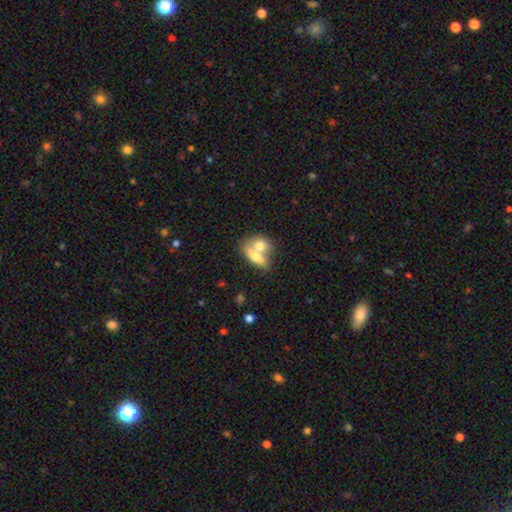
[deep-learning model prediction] Smooth or featured: smooth — 72% (featured or disk — 22%)
How rounded: in between — 72% (round — 14%)
Merging: merger — 67% (none — 23%)